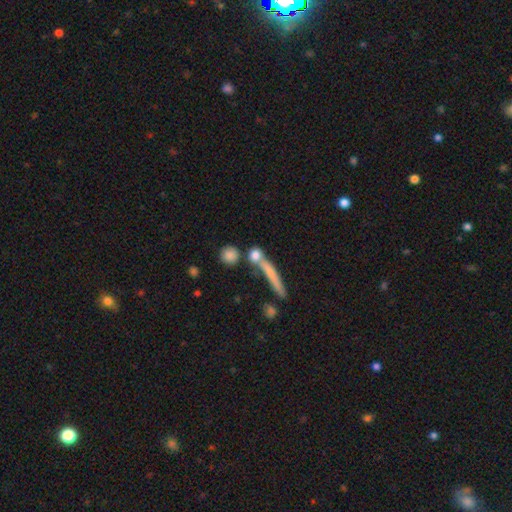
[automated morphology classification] Overall: smooth (74%). How rounded: round (57%; cigar-shaped 28%). Merging: none (60%; merger 24%).